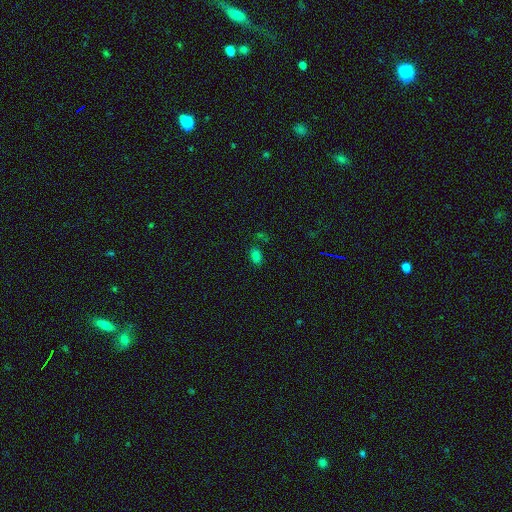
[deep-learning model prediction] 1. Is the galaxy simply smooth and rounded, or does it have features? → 75% smooth, 19% star or artifact, 6% featured or disk.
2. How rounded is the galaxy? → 85% in between, 14% round, 2% cigar-shaped.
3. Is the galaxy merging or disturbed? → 77% none, 13% minor disturbance, 7% merger, 4% major disturbance.